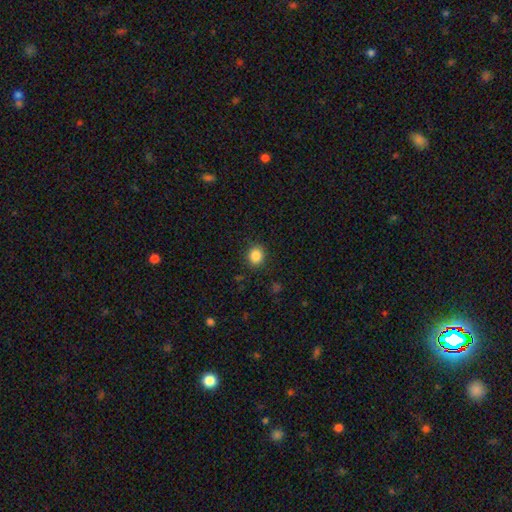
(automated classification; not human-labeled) This is clearly a smooth galaxy (86%). How rounded: likely round (78%). Merging: clearly none (89%).